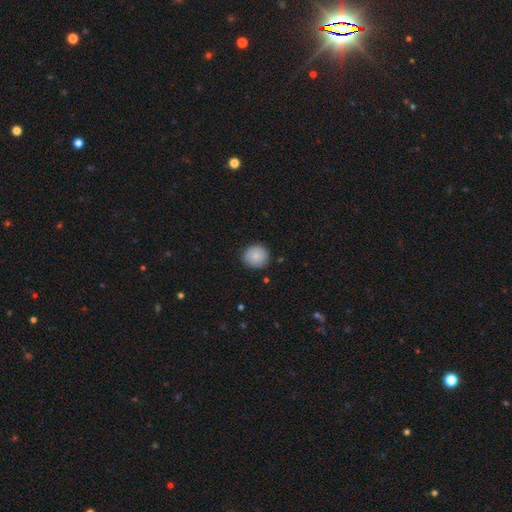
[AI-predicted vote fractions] Smooth or featured: smooth — 86% (star or artifact — 8%)
How rounded: round — 91% (in between — 8%)
Merging: none — 88% (minor disturbance — 9%)